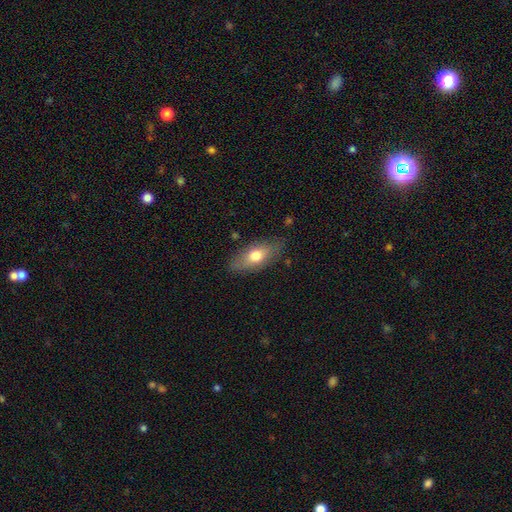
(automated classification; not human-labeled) Smooth or featured? smooth (70%)
How rounded? in between (82%)
Merging? none (81%)